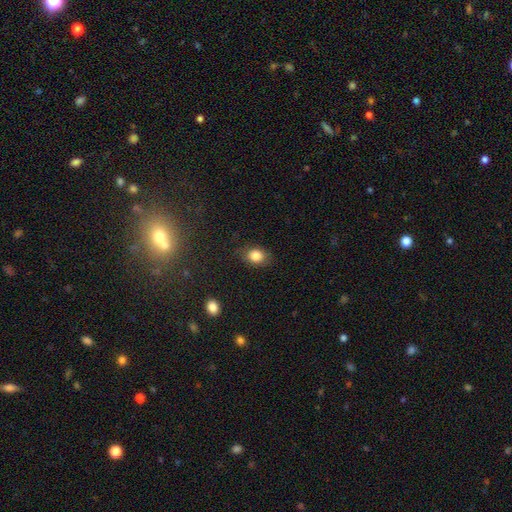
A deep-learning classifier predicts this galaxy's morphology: Smooth or featured? smooth (83%)
How rounded? in between (61%)
Merging? none (78%)